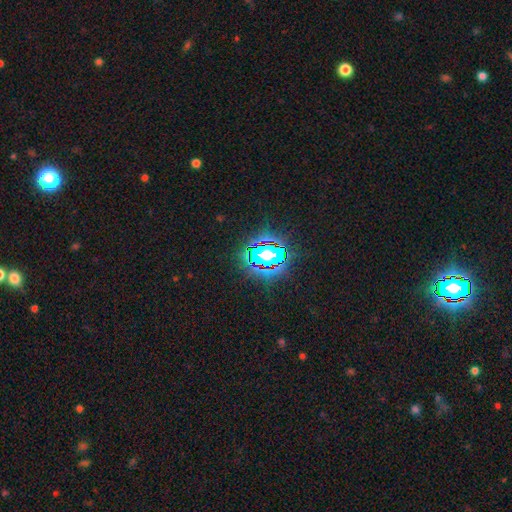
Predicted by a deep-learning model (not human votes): A star or artifact, not a galaxy (75%).

Vote fractions:
- Smooth or featured? star or artifact: 75% / smooth: 14% / featured or disk: 11%